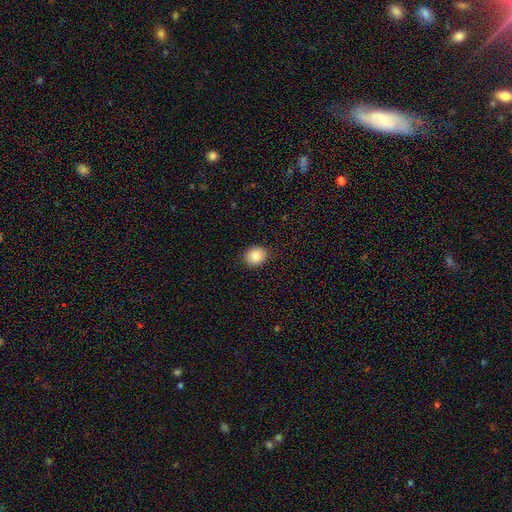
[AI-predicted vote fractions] Overall: smooth (86%). How rounded: round (63%; in between 36%). Merging: none (89%).